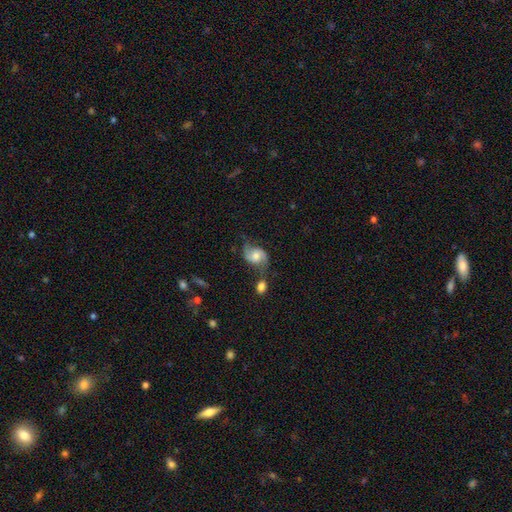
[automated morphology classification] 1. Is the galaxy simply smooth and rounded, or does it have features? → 67% featured or disk, 25% smooth, 8% star or artifact.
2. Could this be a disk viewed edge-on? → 97% no, 3% yes.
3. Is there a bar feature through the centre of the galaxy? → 57% no, 35% weak, 8% strong.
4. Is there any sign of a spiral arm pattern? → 92% yes, 8% no.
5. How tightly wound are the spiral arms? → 55% loose, 35% medium, 10% tight.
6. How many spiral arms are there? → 90% 2, 4% can't tell, 3% 1, 1% 3, 1% 4, 1% more than 4.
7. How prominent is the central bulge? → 56% moderate, 23% small, 14% large, 5% none, 2% dominant.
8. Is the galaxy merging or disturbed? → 51% none, 21% minor disturbance, 18% merger, 11% major disturbance.